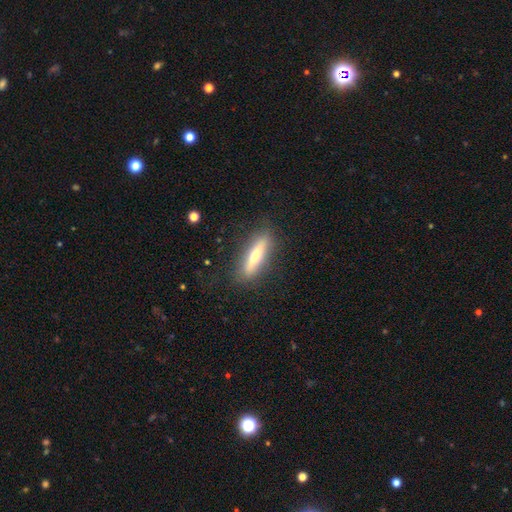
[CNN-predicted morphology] Overall: featured or disk (50%; smooth 43%). Merging: none (85%).